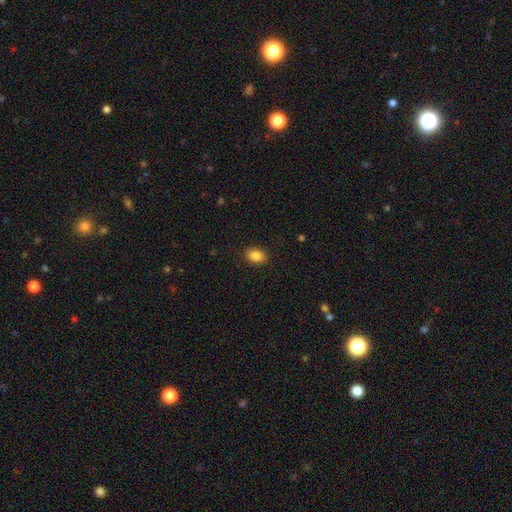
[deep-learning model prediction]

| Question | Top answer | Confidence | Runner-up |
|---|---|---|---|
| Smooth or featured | smooth | 85% | star or artifact (9%) |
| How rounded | in between | 69% | round (30%) |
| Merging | none | 89% | minor disturbance (8%) |